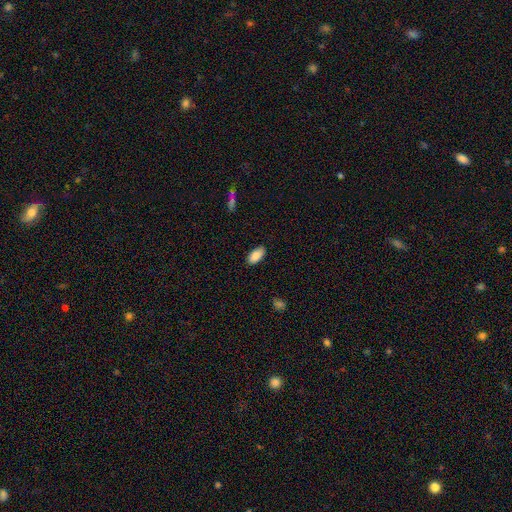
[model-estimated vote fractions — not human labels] A smooth galaxy with no disk features (88%) that is in between round and cigar-shaped (94%). Merging: none (87%).